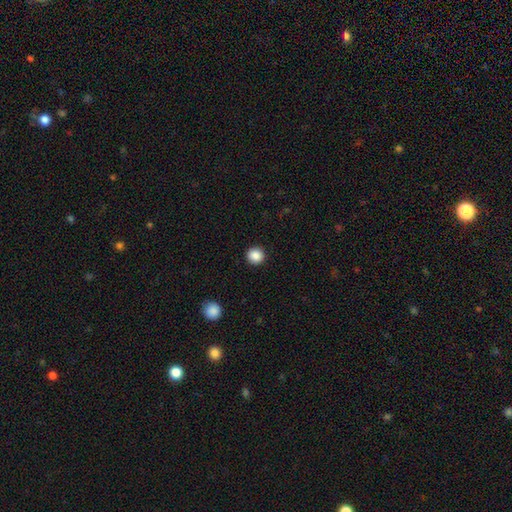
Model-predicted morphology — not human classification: Smooth or featured? smooth (88%)
How rounded? round (94%)
Merging? none (93%)